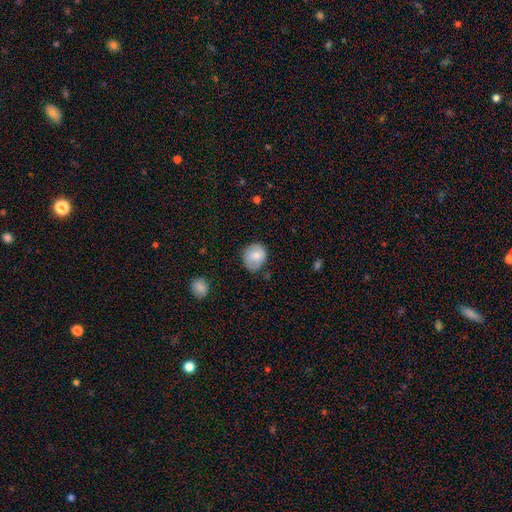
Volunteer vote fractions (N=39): A smooth galaxy with no disk features (72%) that is in between round and cigar-shaped (57%). Merging: none (44%, tied with minor disturbance).